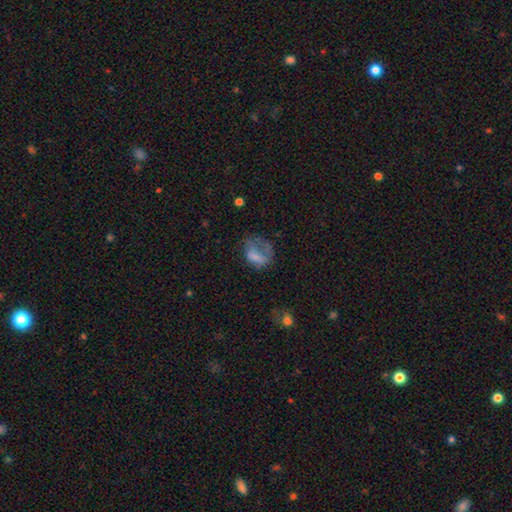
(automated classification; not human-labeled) A smooth galaxy with no disk features (58%) that is in between round and cigar-shaped (67%).

Vote fractions:
- Smooth or featured? smooth: 58% / featured or disk: 30% / star or artifact: 12%
- How rounded? in between: 67% / round: 31% / cigar-shaped: 2%
- Merging? major disturbance: 48% / none: 26% / minor disturbance: 23% / merger: 4%